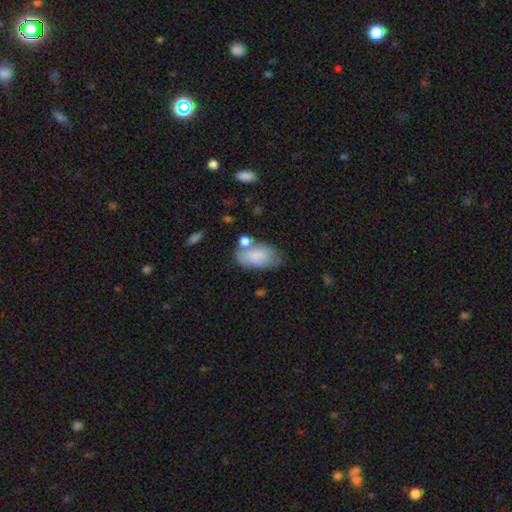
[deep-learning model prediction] Overall: smooth (80%). How rounded: in between (93%). Merging: none (53%; minor disturbance 23%).